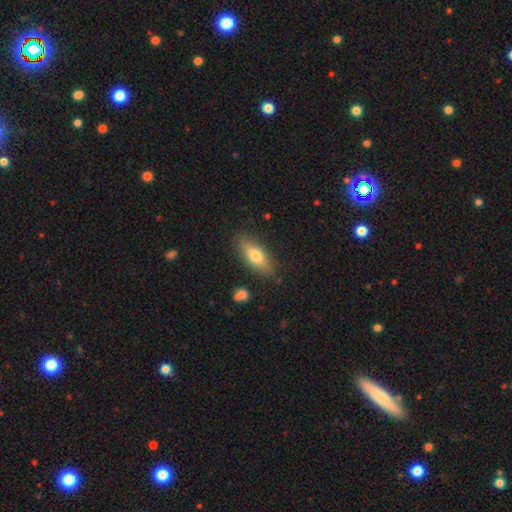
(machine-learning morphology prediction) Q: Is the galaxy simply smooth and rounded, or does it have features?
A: smooth — 67%.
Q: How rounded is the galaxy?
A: in between — 65%.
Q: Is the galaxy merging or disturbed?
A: none — 81%.